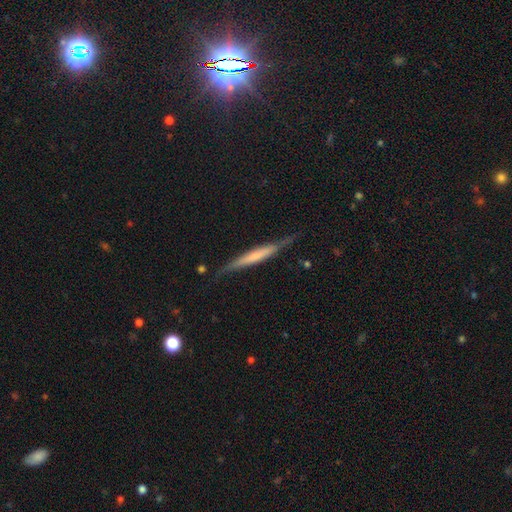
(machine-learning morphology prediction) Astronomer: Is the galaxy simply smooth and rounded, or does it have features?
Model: featured or disk — 54% (runner-up: smooth, 40%).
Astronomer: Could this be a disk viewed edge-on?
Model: yes — 93%.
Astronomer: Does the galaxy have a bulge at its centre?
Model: none — 53% (runner-up: boxy, 29%).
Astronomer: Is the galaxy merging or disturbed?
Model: none — 74%.